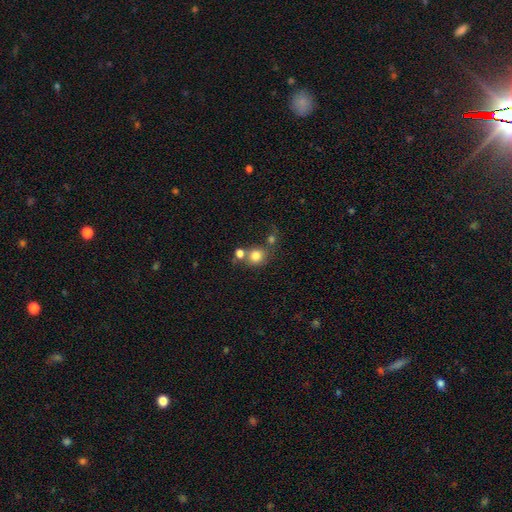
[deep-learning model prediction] This is likely a smooth galaxy (79%). How rounded: clearly round (80%). Merging: possibly none (52%).